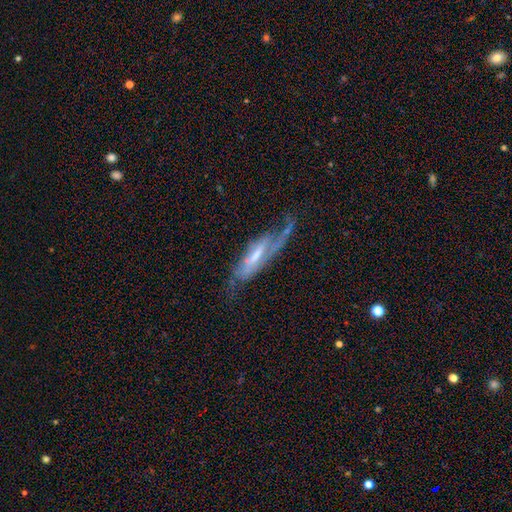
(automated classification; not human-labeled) smooth-or-featured: featured or disk: 76% | smooth: 17% | star or artifact: 7%
  disk-edge-on: no: 66% | yes: 34%
  merging: none: 45% | major disturbance: 27% | minor disturbance: 25% | merger: 3%